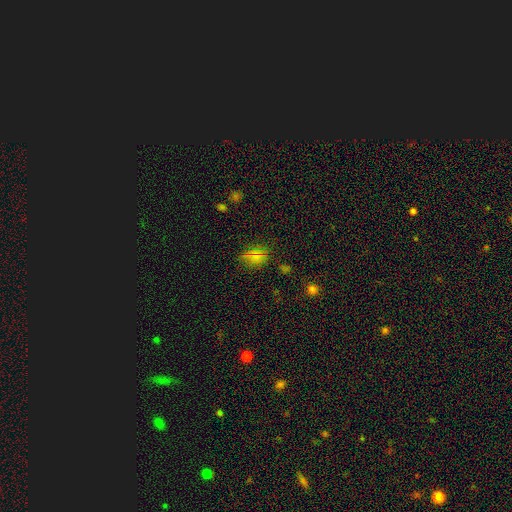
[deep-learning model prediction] smooth-or-featured: smooth: 60% | star or artifact: 33% | featured or disk: 8%
  how-rounded: in between: 51% | round: 46% | cigar-shaped: 3%
  merging: none: 79% | minor disturbance: 14% | major disturbance: 5% | merger: 2%